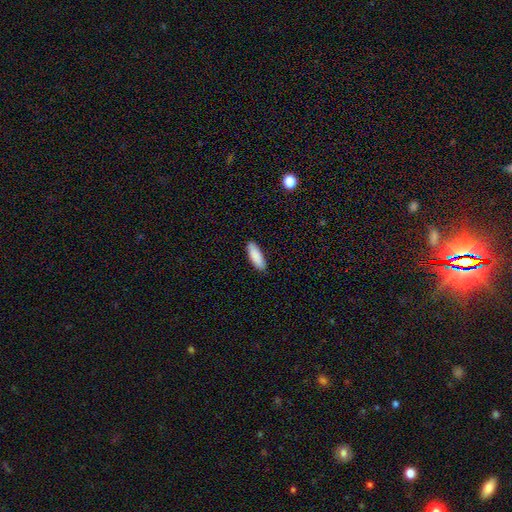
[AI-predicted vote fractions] Smooth or featured: smooth — 89% (star or artifact — 5%)
How rounded: in between — 60% (cigar-shaped — 38%)
Merging: none — 89% (minor disturbance — 8%)